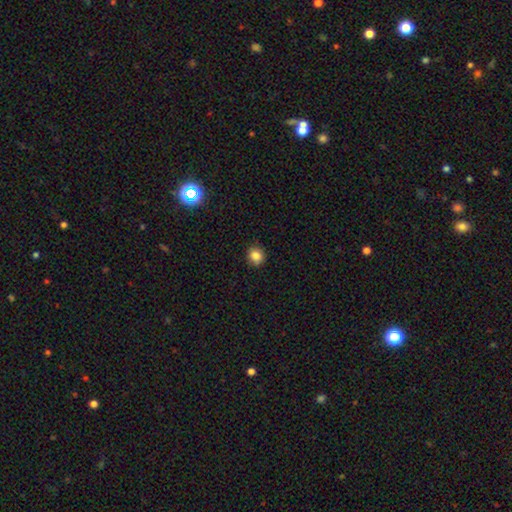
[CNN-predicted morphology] A smooth galaxy with no disk features (84%) that is round (81%). Merging: none (89%).